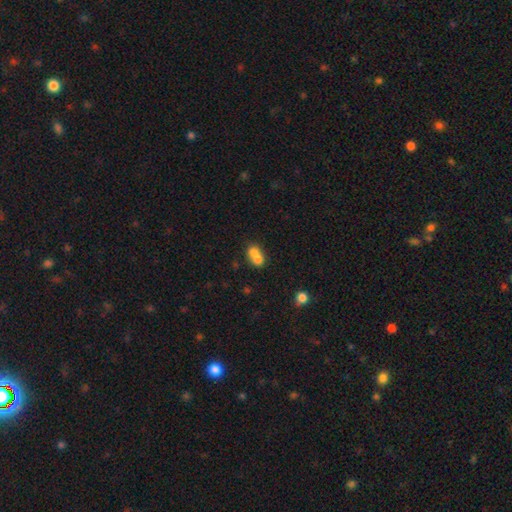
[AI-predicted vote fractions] Smooth or featured: smooth — 71% (featured or disk — 19%)
How rounded: in between — 50% (round — 49%)
Merging: merger — 68% (none — 23%)